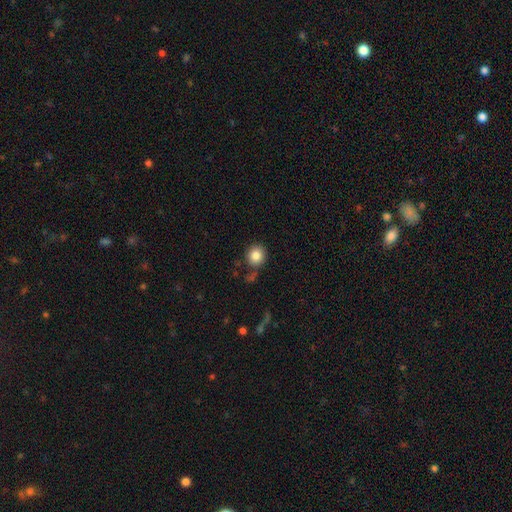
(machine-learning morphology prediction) A smooth galaxy with no disk features (85%) that is round (89%).

Vote fractions:
- Smooth or featured? smooth: 85% / star or artifact: 9% / featured or disk: 6%
- How rounded? round: 89% / in between: 11% / cigar-shaped: 1%
- Merging? none: 78% / minor disturbance: 12% / merger: 6% / major disturbance: 4%